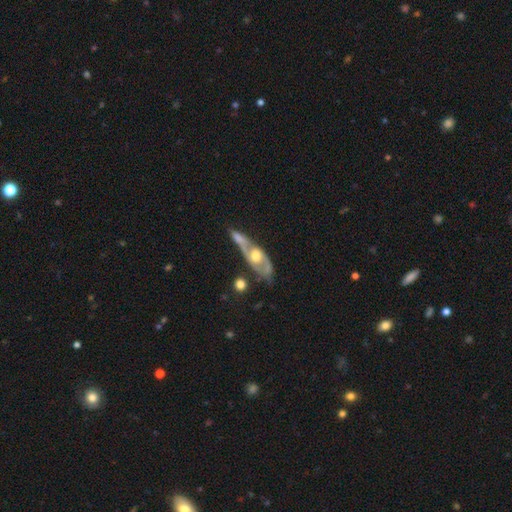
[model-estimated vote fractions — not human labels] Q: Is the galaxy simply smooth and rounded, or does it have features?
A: featured or disk — 73%.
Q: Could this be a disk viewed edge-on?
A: no — 75%.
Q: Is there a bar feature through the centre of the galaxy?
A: no — 70%.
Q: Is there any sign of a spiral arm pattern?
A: yes — 65%.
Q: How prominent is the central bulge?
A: moderate — 66%.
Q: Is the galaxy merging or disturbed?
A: none — 43%.